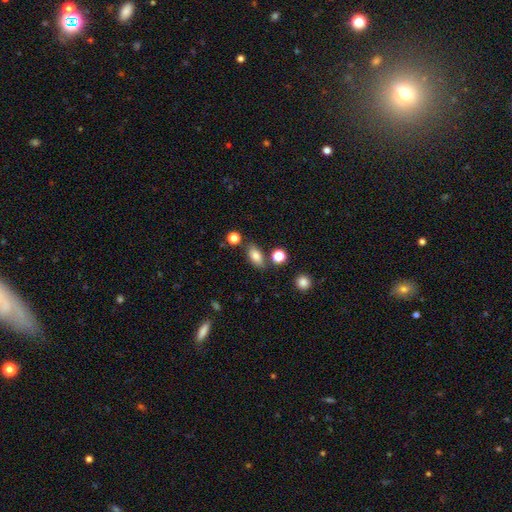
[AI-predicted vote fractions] Overall: smooth (80%). How rounded: in between (84%). Merging: none (77%).